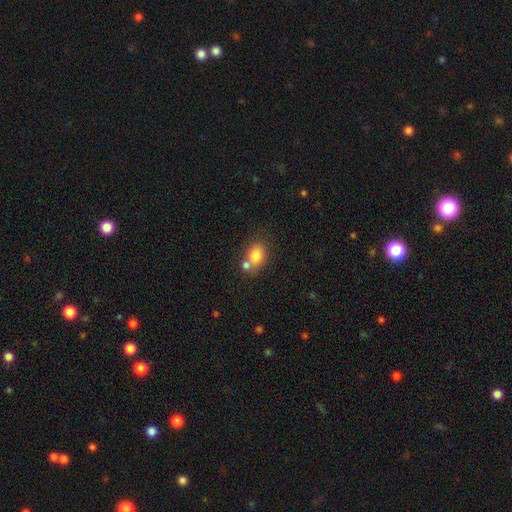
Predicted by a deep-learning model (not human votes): A smooth galaxy with no disk features (82%) that is in between round and cigar-shaped (62%).

Vote fractions:
- Smooth or featured? smooth: 82% / star or artifact: 9% / featured or disk: 9%
- How rounded? in between: 62% / round: 37% / cigar-shaped: 1%
- Merging? none: 50% / merger: 34% / minor disturbance: 13% / major disturbance: 4%